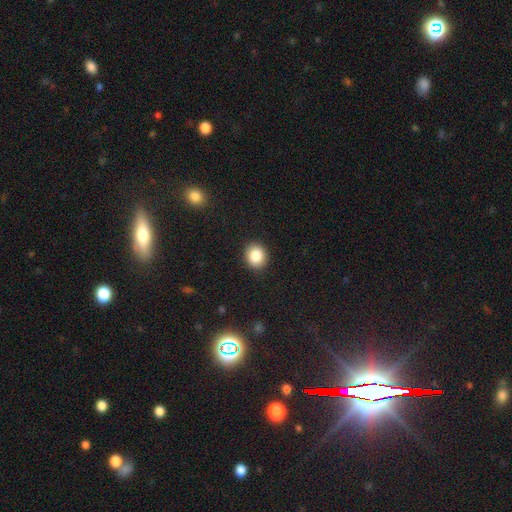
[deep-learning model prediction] smooth-or-featured: smooth: 85% | star or artifact: 9% | featured or disk: 5%
  how-rounded: round: 70% | in between: 29% | cigar-shaped: 1%
  merging: none: 91% | minor disturbance: 6% | major disturbance: 2% | merger: 1%